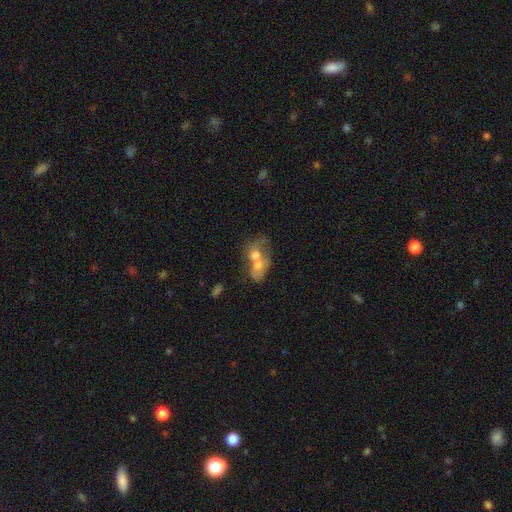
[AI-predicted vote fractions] Smooth or featured? smooth (58%)
How rounded? in between (60%)
Merging? merger (77%)